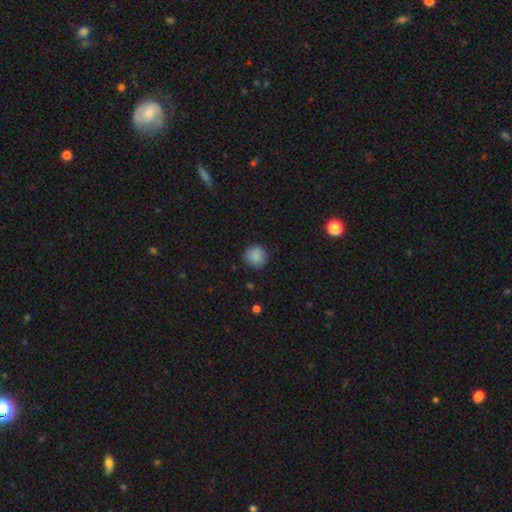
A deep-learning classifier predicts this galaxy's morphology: A smooth galaxy with no disk features (88%) that is round (92%). Merging: none (88%).